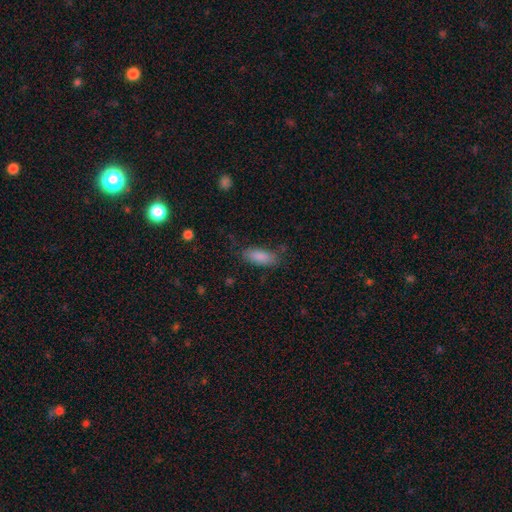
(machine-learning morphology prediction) Q: Smooth or featured?
A: smooth (85%); runner-up: star or artifact (8%)
Q: How rounded?
A: in between (74%); runner-up: cigar-shaped (24%)
Q: Merging?
A: none (77%); runner-up: minor disturbance (17%)